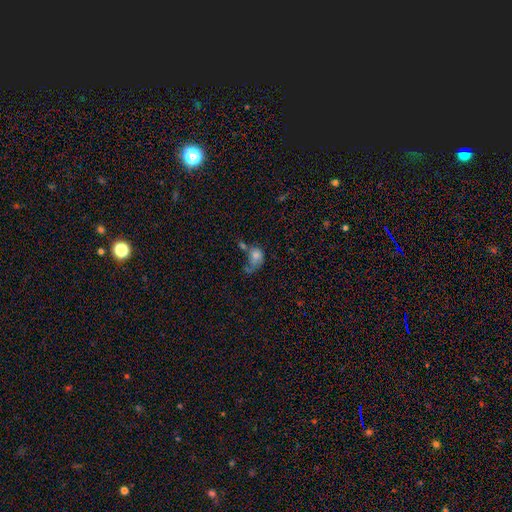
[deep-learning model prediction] Smooth or featured? Predicted: smooth (p=0.63). How rounded? Predicted: in between (p=0.65). Merging? Predicted: major disturbance (p=0.37).